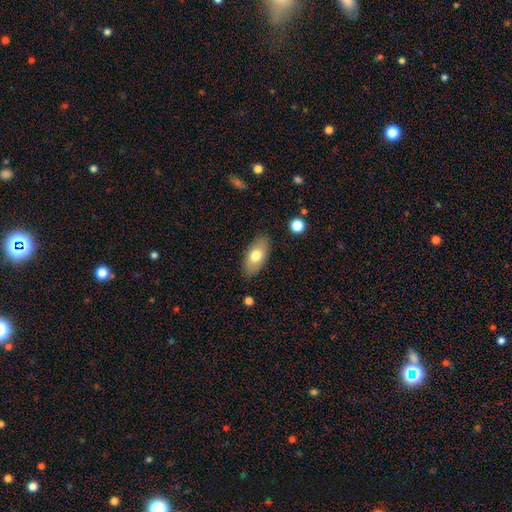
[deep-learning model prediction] Overall: smooth (72%). How rounded: in between (90%). Merging: none (85%).